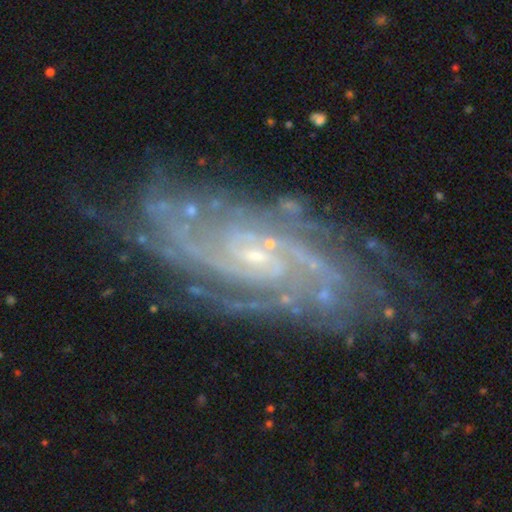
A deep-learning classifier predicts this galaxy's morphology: type=featured or disk (88%); edge-on=no (95%); bar=no (65%); spiral arms=yes (98%); winding=tight (62%); arm count=can't tell (28%); bulge=small (82%); merging=none (76%).